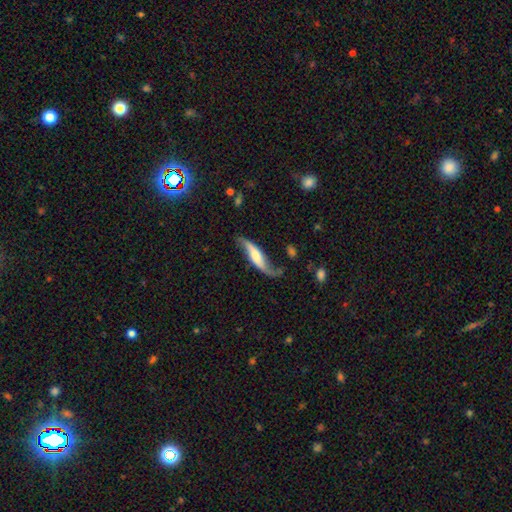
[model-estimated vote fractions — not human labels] smooth-or-featured: featured or disk: 75% | smooth: 19% | star or artifact: 6%
  disk-edge-on: no: 75% | yes: 25%
    bar: no: 45% | weak: 33% | strong: 22%
    has-spiral-arms: yes: 92% | no: 8%
      spiral-winding: loose: 89% | medium: 8% | tight: 3%
      spiral-arm-count: 2: 90% | 1: 5% | can't tell: 3% | 3: 1% | 4: 1% | more than 4: 1%
    bulge-size: moderate: 37% | small: 25% | large: 19% | none: 15% | dominant: 5%
  merging: none: 58% | minor disturbance: 24% | major disturbance: 13% | merger: 4%